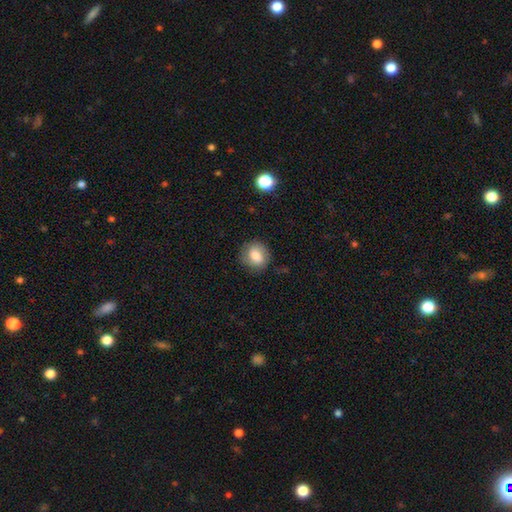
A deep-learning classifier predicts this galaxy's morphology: smooth_or_featured: smooth (p=0.74) [alt: featured or disk p=0.18]
how_rounded: round (p=0.69) [alt: in between p=0.30]
merging: none (p=0.78) [alt: minor disturbance p=0.16]